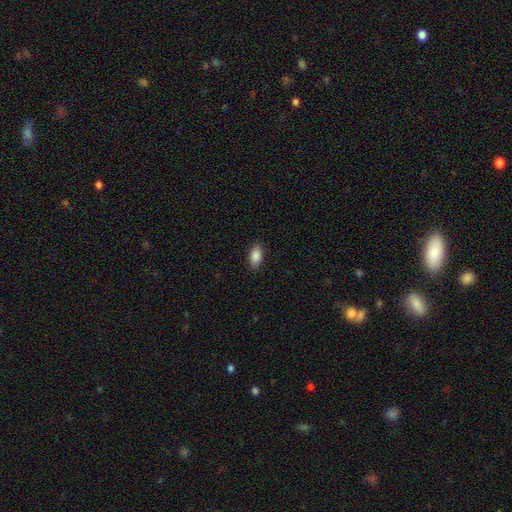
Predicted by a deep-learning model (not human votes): Morphology: type=smooth (88%); roundness=in between (92%); merging=none (88%).